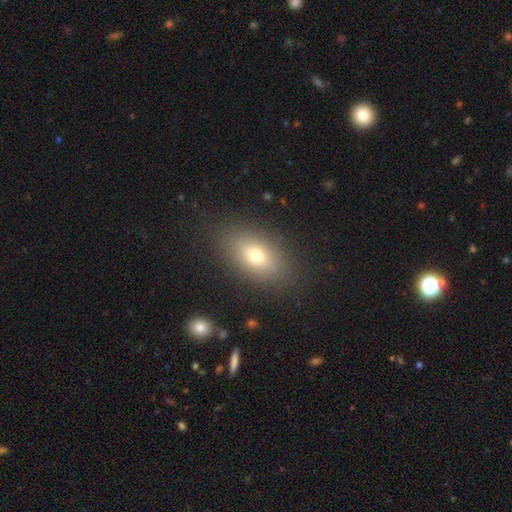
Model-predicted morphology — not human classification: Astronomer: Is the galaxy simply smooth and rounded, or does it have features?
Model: smooth — 72%.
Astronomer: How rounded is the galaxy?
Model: in between — 86%.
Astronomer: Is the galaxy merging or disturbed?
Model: none — 85%.